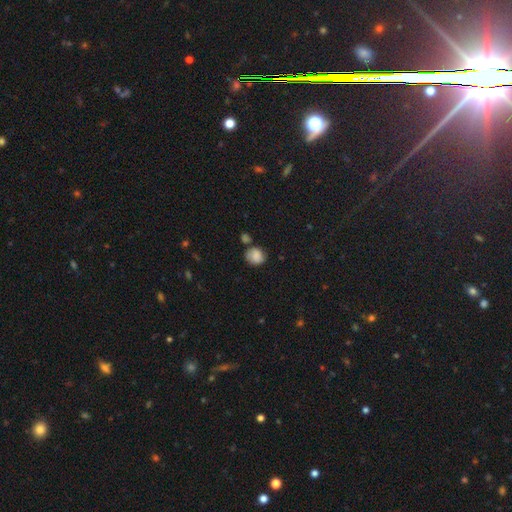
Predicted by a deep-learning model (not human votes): Q: Smooth or featured?
A: smooth (81%); runner-up: featured or disk (10%)
Q: How rounded?
A: round (73%); runner-up: in between (26%)
Q: Merging?
A: none (59%); runner-up: minor disturbance (22%)